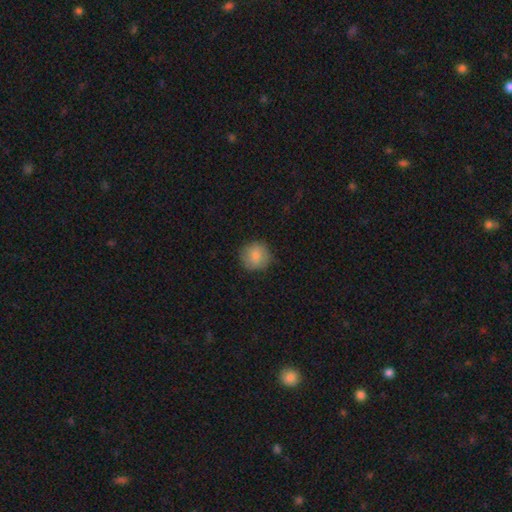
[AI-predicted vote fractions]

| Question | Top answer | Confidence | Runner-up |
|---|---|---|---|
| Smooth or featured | smooth | 84% | featured or disk (9%) |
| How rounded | round | 92% | in between (7%) |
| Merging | none | 84% | minor disturbance (12%) |